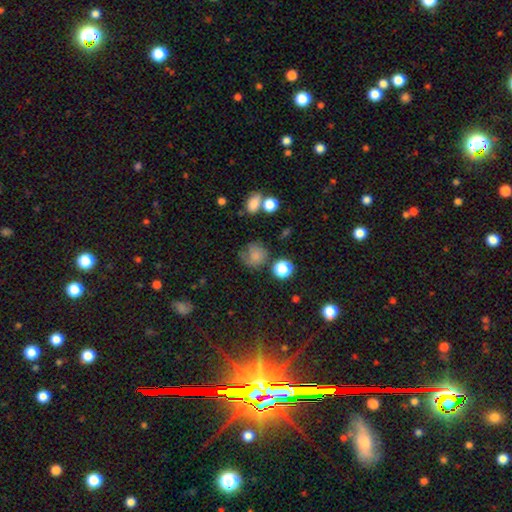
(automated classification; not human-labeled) Overall: smooth (75%). How rounded: round (82%). Merging: none (57%; minor disturbance 23%).